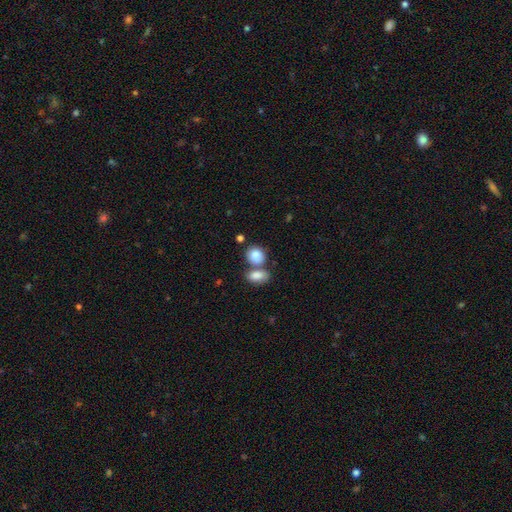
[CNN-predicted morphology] Smooth or featured?
  - smooth: 85% *
  - featured or disk: 8%
  - star or artifact: 8%
How rounded?
  - round: 50% *
  - in between: 48%
  - cigar-shaped: 1%
Merging?
  - none: 44% *
  - merger: 41%
  - minor disturbance: 11%
  - major disturbance: 4%